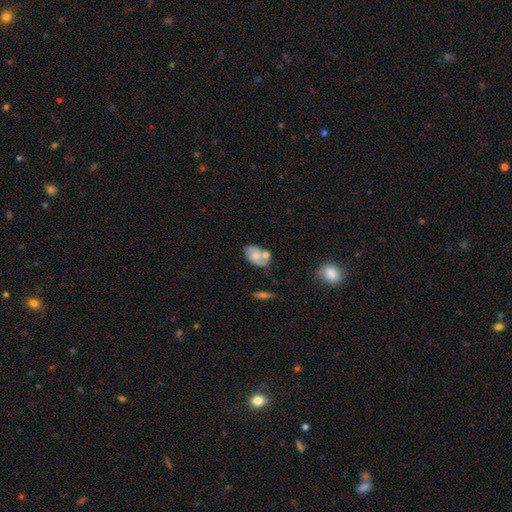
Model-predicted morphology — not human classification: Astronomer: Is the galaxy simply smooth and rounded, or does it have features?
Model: smooth — 54% (runner-up: featured or disk, 38%).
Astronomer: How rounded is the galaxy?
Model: in between — 88%.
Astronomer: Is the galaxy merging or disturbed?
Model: none — 47% (runner-up: merger, 26%).